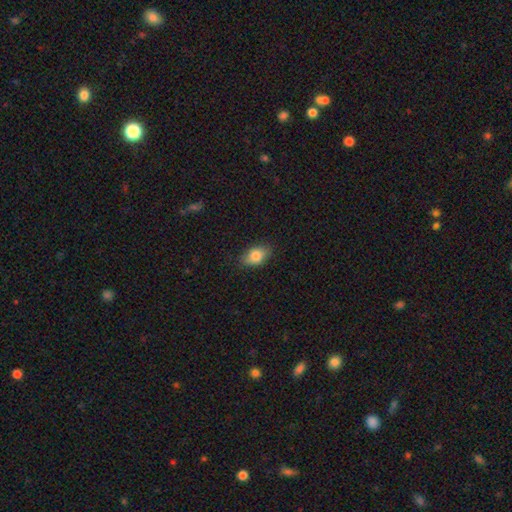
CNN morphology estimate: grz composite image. It shows a smooth galaxy with no disk features (82%) that is in between round and cigar-shaped (85%). Merging: none (80%).